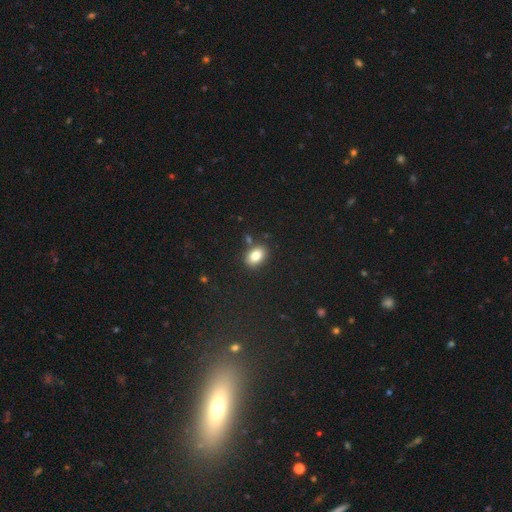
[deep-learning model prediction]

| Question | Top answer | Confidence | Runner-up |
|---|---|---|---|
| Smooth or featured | smooth | 82% | star or artifact (9%) |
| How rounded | in between | 83% | round (15%) |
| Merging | none | 81% | minor disturbance (11%) |